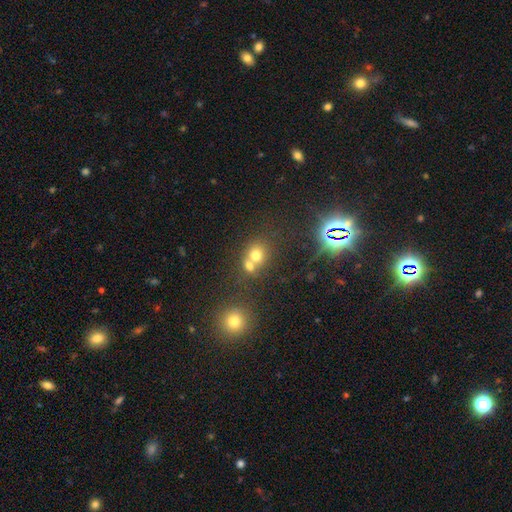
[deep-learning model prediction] Morphology: type=smooth (68%); roundness=round (73%); merging=merger (53%).